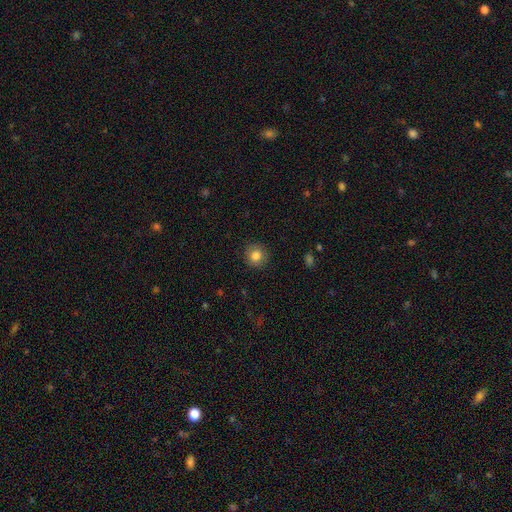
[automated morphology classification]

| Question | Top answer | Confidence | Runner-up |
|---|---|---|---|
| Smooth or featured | smooth | 82% | star or artifact (9%) |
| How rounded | round | 91% | in between (8%) |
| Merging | none | 88% | minor disturbance (8%) |